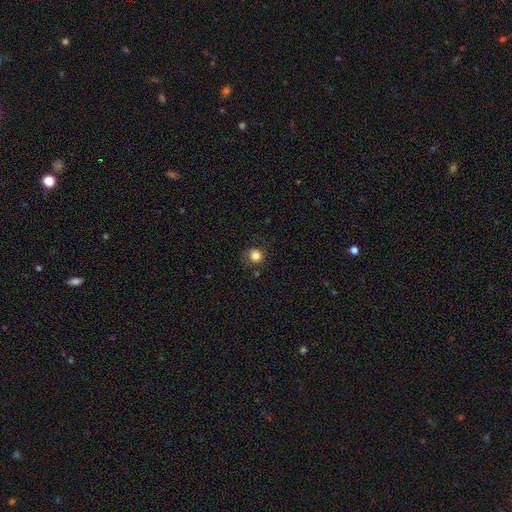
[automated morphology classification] smooth 83%, star or artifact 11%, featured or disk 6%. Down the decision tree: how rounded — round (90%); merging — none (79%).